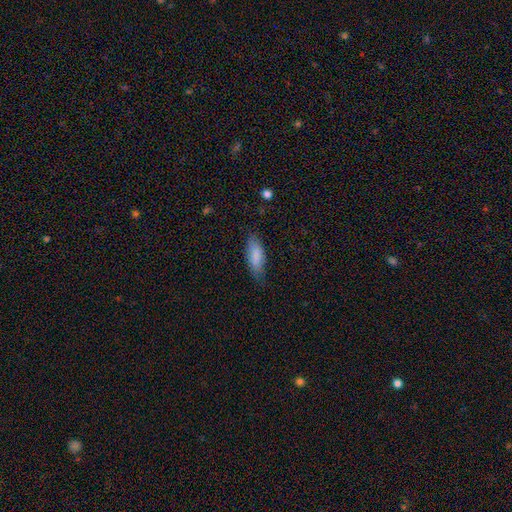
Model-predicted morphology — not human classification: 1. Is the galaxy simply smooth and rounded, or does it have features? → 85% smooth, 9% featured or disk, 6% star or artifact.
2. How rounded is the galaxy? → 71% in between, 28% cigar-shaped, 2% round.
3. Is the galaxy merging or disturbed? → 73% none, 22% minor disturbance, 4% major disturbance, 1% merger.